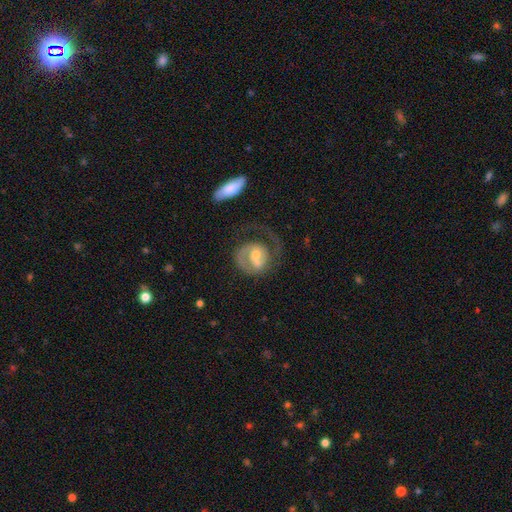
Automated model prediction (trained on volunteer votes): Overall: featured or disk (77%). Edge-on disk: no (97%). Bar: no (46%; weak 42%). Spiral arms: yes (90%). Spiral arm count: 1 (56%; 2 32%). Spiral winding: medium (41%; tight 35%). Bulge size: moderate (53%; small 36%). Merging: none (41%; major disturbance 34%).